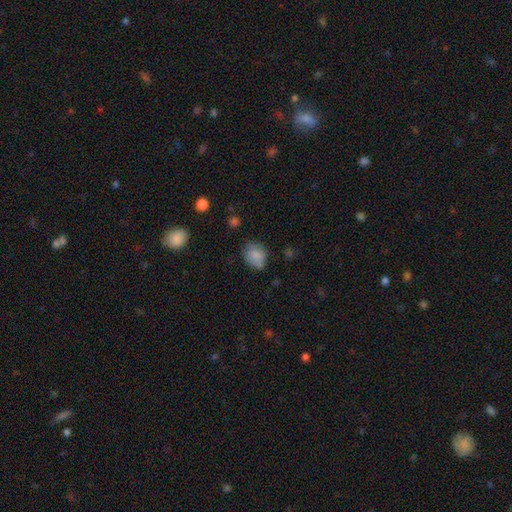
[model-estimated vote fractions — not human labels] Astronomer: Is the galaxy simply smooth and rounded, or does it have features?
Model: smooth — 80%.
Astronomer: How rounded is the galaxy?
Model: round — 50% (runner-up: in between, 49%).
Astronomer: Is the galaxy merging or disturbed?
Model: none — 62%.